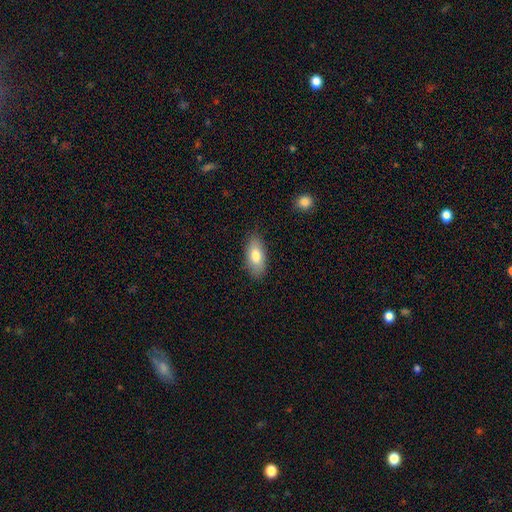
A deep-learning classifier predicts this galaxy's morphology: This appears to be a smooth galaxy with no disk features (77%) that is in between round and cigar-shaped (86%). Merging: none (85%).